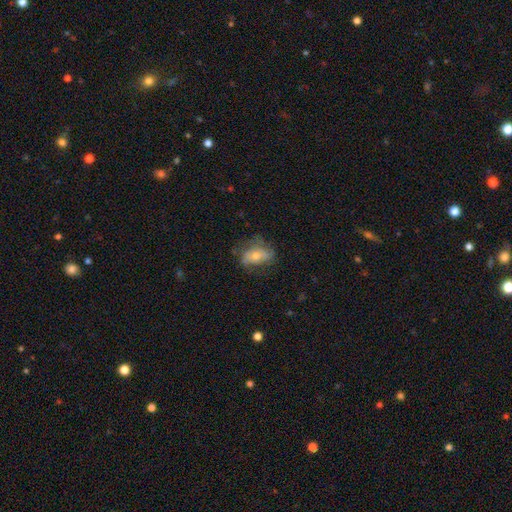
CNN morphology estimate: The model was most divided on "smooth or featured": smooth: 47%, featured or disk: 43%, star or artifact: 10%. More confident: merging — none (56%).